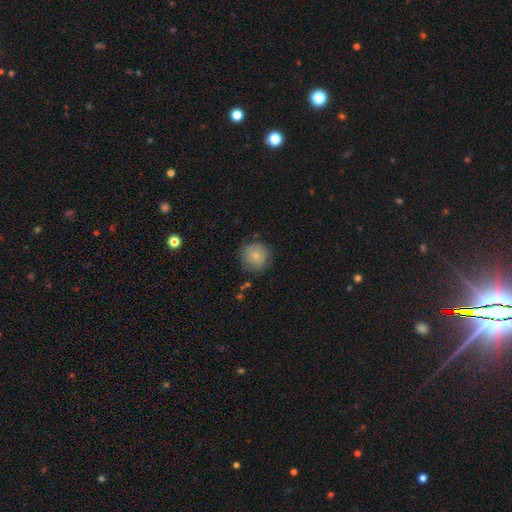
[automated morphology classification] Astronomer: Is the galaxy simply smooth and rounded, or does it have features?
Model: smooth — 79%.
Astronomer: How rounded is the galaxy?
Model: round — 93%.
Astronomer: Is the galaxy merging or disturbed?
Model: none — 79%.